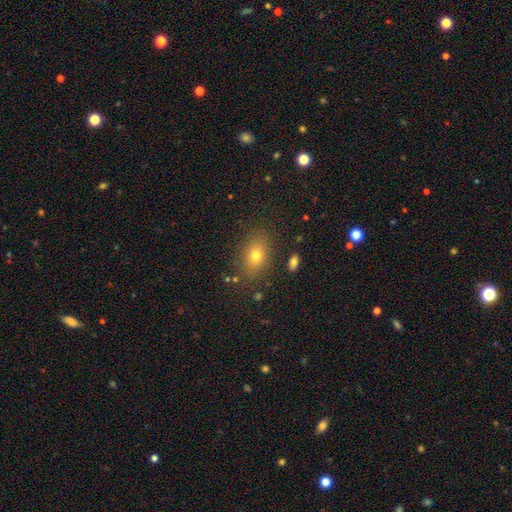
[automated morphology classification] A smooth galaxy with no disk features (73%) that is in between round and cigar-shaped (76%). Merging: none (83%).